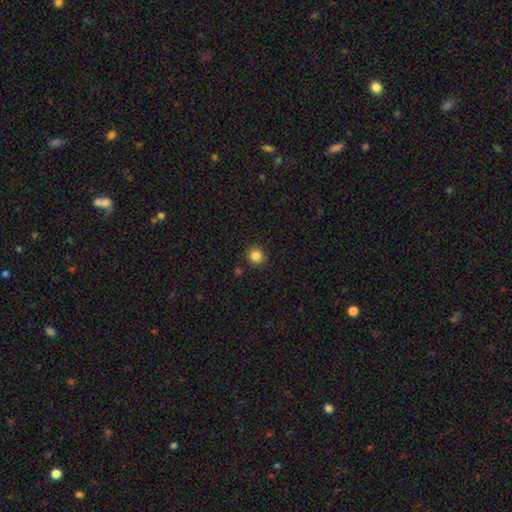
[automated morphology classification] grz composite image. It shows a smooth galaxy with no disk features (85%) that is round (90%). Merging: none (89%).